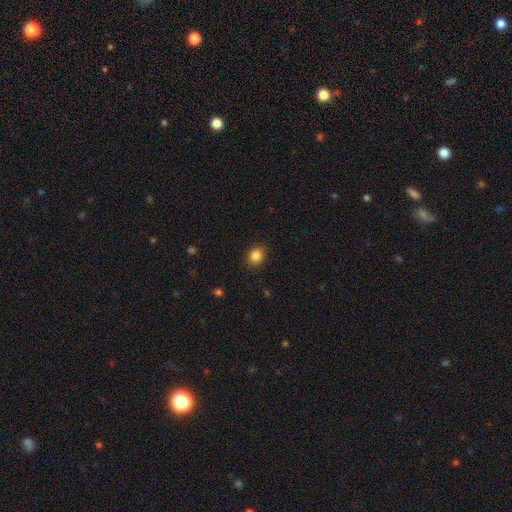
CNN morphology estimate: type=smooth (86%); roundness=round (56%); merging=none (86%).